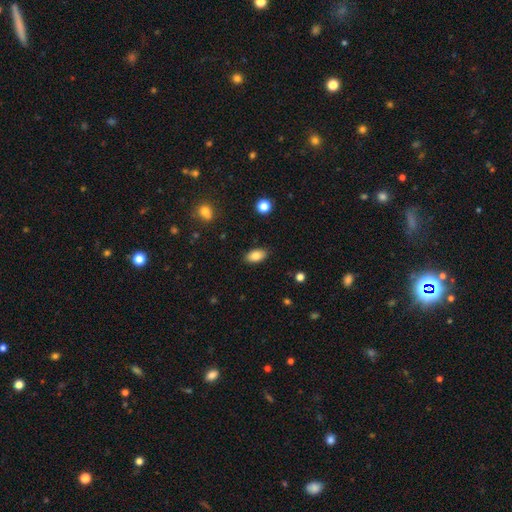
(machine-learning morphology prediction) type=smooth (82%); roundness=in between (91%); merging=none (87%).